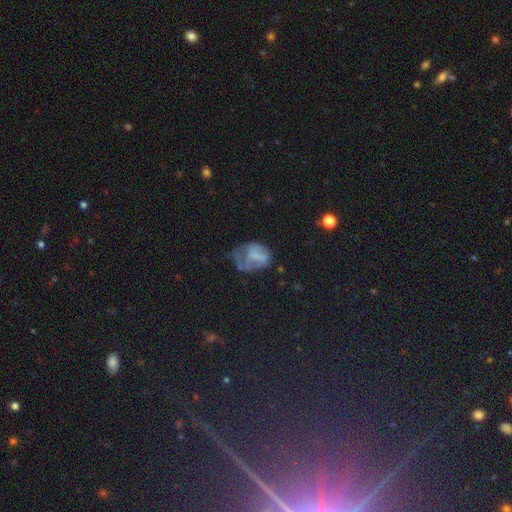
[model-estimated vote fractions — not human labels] Smooth or featured? smooth (47%)
Merging? major disturbance (41%)